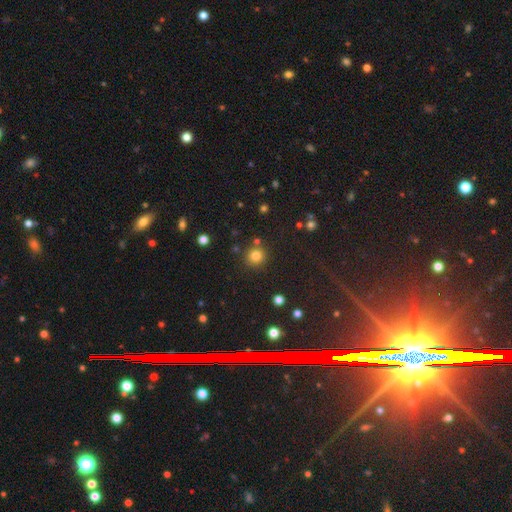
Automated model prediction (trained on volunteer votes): A smooth galaxy with no disk features (81%) that is round (92%).

Vote fractions:
- Smooth or featured? smooth: 81% / star or artifact: 14% / featured or disk: 6%
- How rounded? round: 92% / in between: 7% / cigar-shaped: 1%
- Merging? none: 83% / minor disturbance: 8% / merger: 6% / major disturbance: 3%